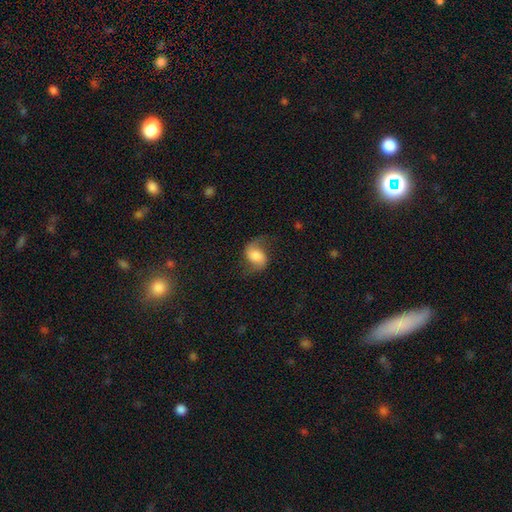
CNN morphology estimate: Smooth or featured? featured or disk (57%)
Edge-on disk? no (97%)
Bar? no (46%)
Spiral arms? yes (92%)
Spiral winding? loose (69%)
Spiral arm count? 2 (91%)
Bulge size? large (34%)
Merging? none (65%)